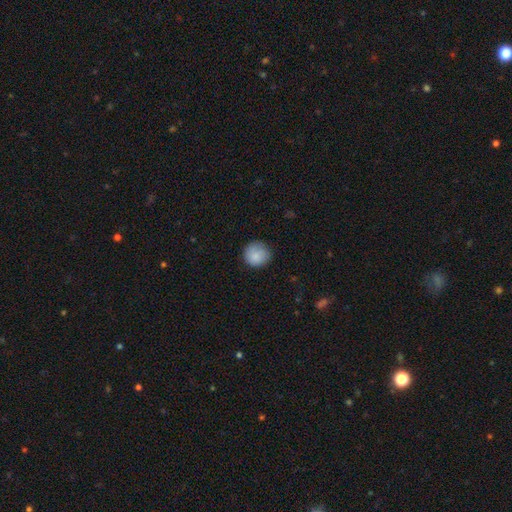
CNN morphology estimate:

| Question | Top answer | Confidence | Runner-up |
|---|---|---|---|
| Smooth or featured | smooth | 87% | star or artifact (7%) |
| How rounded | round | 92% | in between (7%) |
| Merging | none | 80% | minor disturbance (16%) |